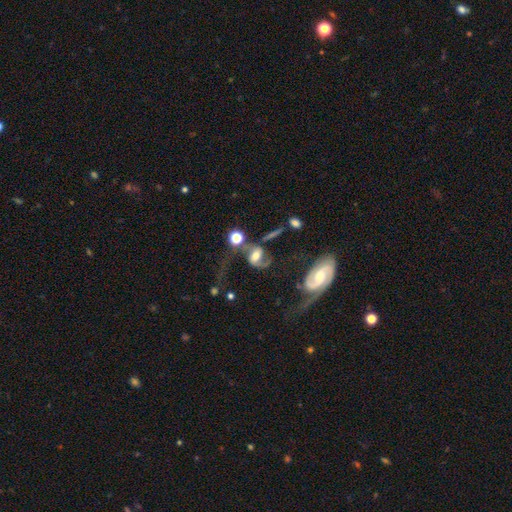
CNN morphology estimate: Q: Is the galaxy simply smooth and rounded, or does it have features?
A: featured or disk — 72%.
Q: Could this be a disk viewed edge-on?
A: no — 95%.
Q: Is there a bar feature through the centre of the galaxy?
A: weak — 44%.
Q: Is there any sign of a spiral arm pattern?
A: yes — 89%.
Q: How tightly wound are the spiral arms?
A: loose — 51%.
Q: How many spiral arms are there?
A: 2 — 86%.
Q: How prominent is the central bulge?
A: moderate — 63%.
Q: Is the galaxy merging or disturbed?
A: none — 37%.